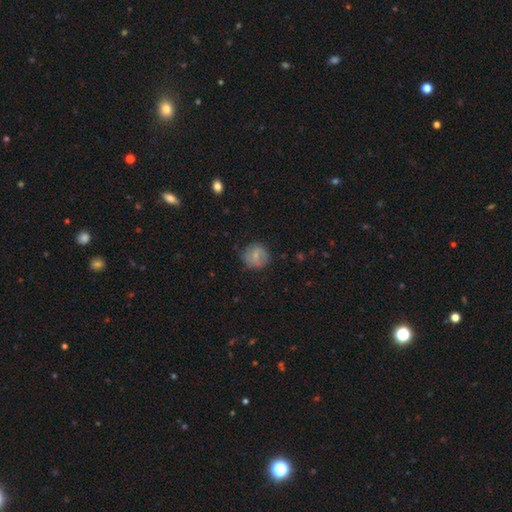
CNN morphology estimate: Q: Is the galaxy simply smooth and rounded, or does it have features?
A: smooth — 66%.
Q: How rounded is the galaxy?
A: round — 89%.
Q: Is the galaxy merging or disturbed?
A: none — 78%.